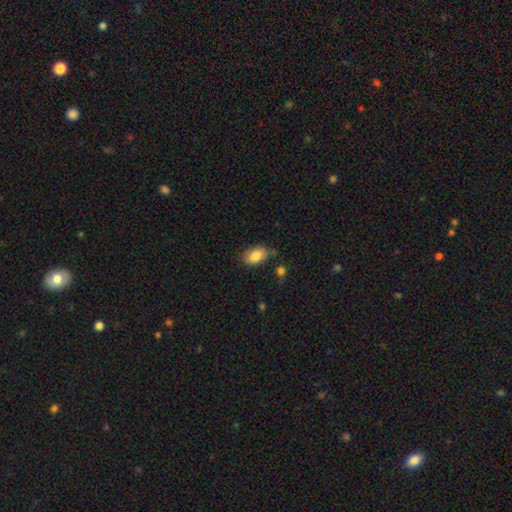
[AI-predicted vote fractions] Q: Smooth or featured?
A: smooth (85%); runner-up: featured or disk (7%)
Q: How rounded?
A: in between (89%); runner-up: round (9%)
Q: Merging?
A: none (76%); runner-up: minor disturbance (17%)